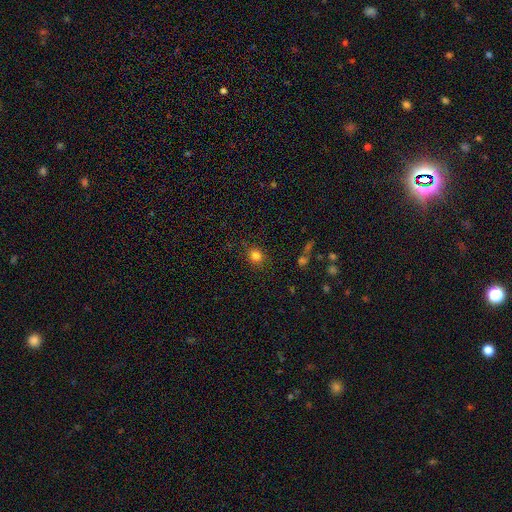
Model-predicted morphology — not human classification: Smooth or featured? Predicted: smooth (p=0.81). How rounded? Predicted: round (p=0.78). Merging? Predicted: none (p=0.84).